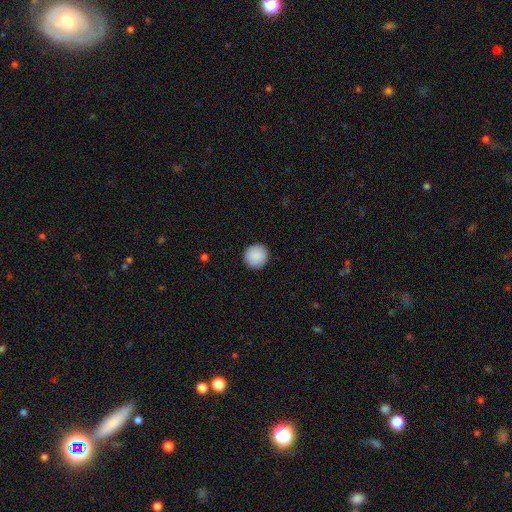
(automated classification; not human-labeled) smooth 90%, star or artifact 7%, featured or disk 3%. Down the decision tree: how rounded — round (95%); merging — none (92%).